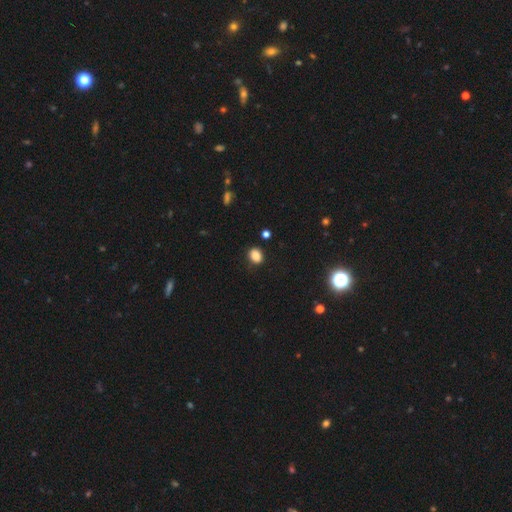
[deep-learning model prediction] Smooth or featured? smooth (86%)
How rounded? in between (55%)
Merging? none (79%)